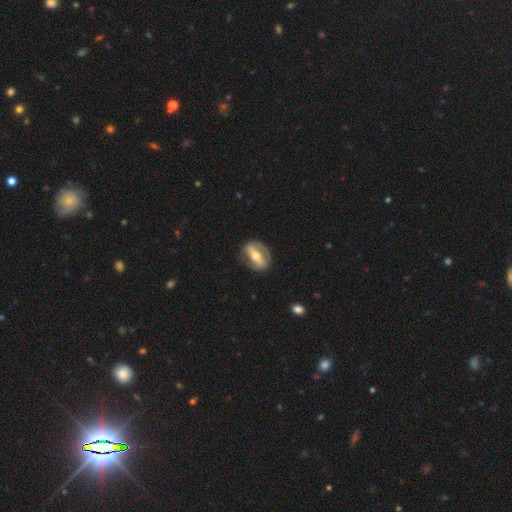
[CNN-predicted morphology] Smooth or featured?
  - featured or disk: 68% *
  - smooth: 26%
  - star or artifact: 5%
Edge-on disk?
  - no: 86% *
  - yes: 14%
Bar?
  - strong: 67% *
  - weak: 20%
  - no: 14%
Spiral arms?
  - yes: 54% *
  - no: 46%
Bulge size?
  - moderate: 63% *
  - small: 30%
  - large: 5%
  - none: 1%
  - dominant: 1%
Merging?
  - none: 77% *
  - minor disturbance: 15%
  - major disturbance: 6%
  - merger: 1%